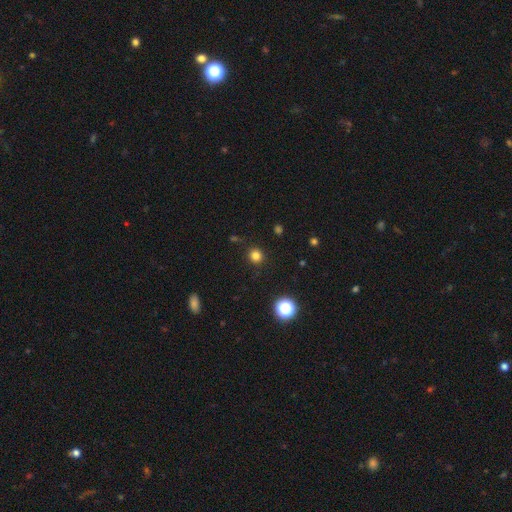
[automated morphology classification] A smooth galaxy with no disk features (81%) that is round (92%).

Vote fractions:
- Smooth or featured? smooth: 81% / star or artifact: 15% / featured or disk: 4%
- How rounded? round: 92% / in between: 7% / cigar-shaped: 1%
- Merging? none: 90% / minor disturbance: 6% / major disturbance: 2% / merger: 1%